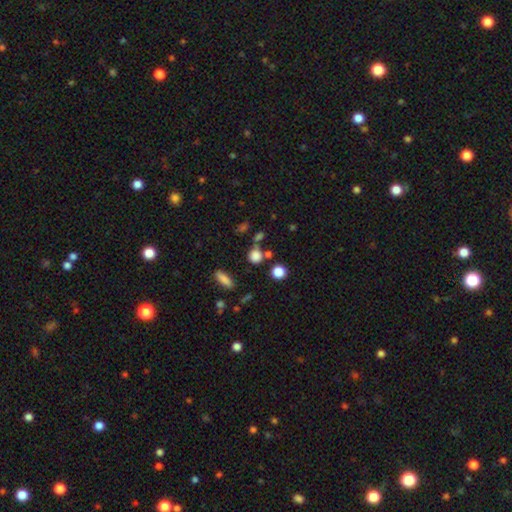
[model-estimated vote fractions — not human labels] Q: Smooth or featured?
A: smooth (78%); runner-up: star or artifact (16%)
Q: How rounded?
A: round (86%); runner-up: in between (12%)
Q: Merging?
A: none (69%); runner-up: merger (16%)